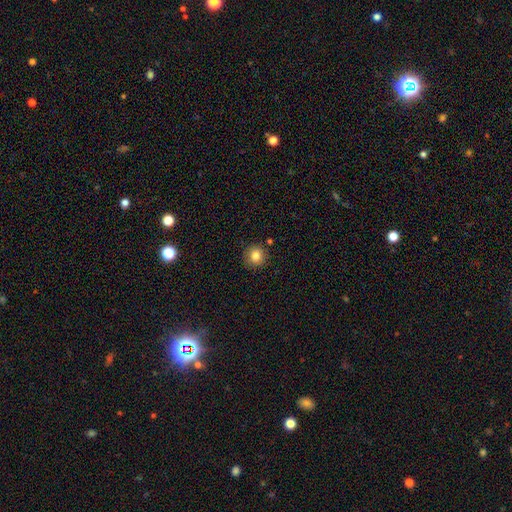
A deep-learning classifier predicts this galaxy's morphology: Overall: smooth (83%). How rounded: round (91%). Merging: none (86%).